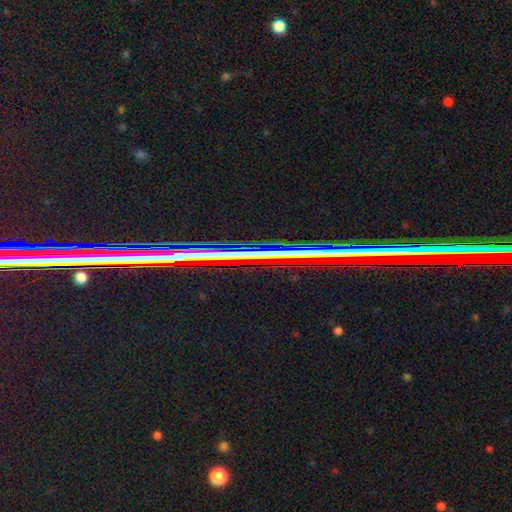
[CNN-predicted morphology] Overall: star or artifact (72%).